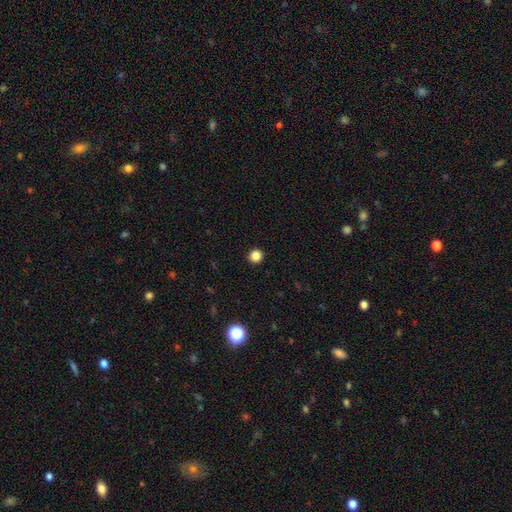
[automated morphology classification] Smooth or featured? smooth (85%)
How rounded? round (94%)
Merging? none (93%)